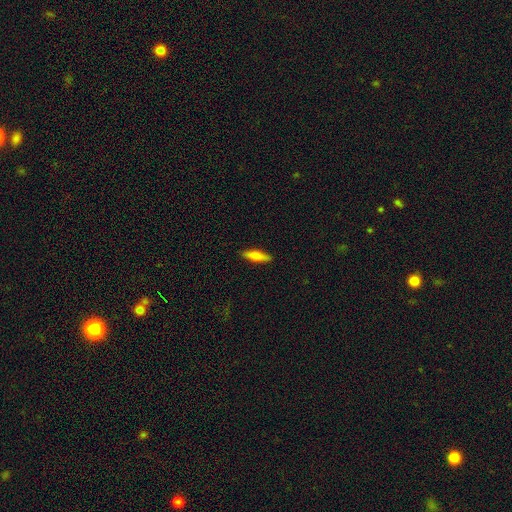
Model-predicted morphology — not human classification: Smooth or featured?
  - smooth: 69% *
  - featured or disk: 25%
  - star or artifact: 6%
How rounded?
  - cigar-shaped: 66% *
  - in between: 32%
  - round: 2%
Merging?
  - none: 90% *
  - minor disturbance: 8%
  - major disturbance: 2%
  - merger: 1%